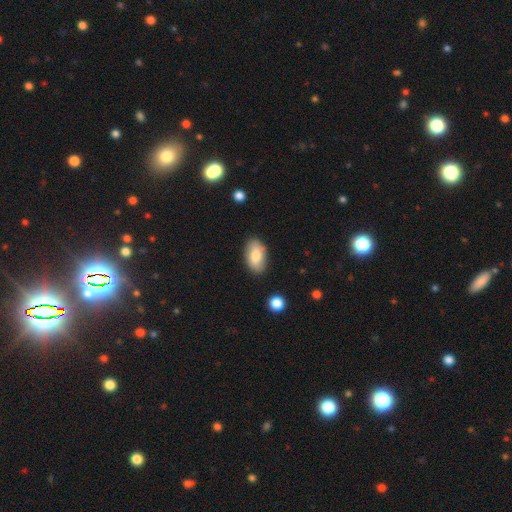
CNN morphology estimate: A smooth galaxy with no disk features (77%) that is in between round and cigar-shaped (93%).

Vote fractions:
- Smooth or featured? smooth: 77% / featured or disk: 17% / star or artifact: 7%
- How rounded? in between: 93% / round: 5% / cigar-shaped: 2%
- Merging? none: 82% / minor disturbance: 13% / major disturbance: 3% / merger: 2%